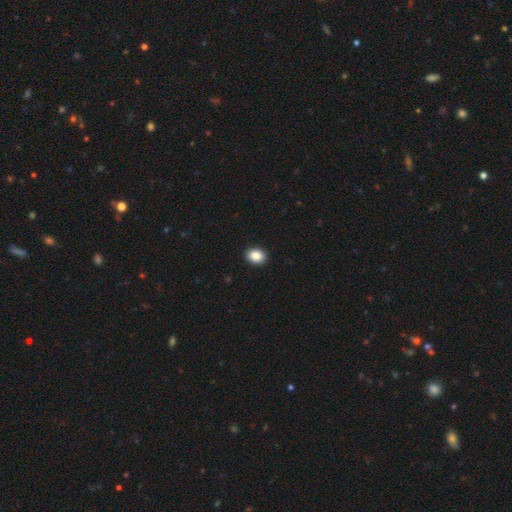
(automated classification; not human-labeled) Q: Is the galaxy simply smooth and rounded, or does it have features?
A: smooth — 87%.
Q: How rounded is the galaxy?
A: in between — 56%.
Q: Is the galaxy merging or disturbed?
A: none — 92%.